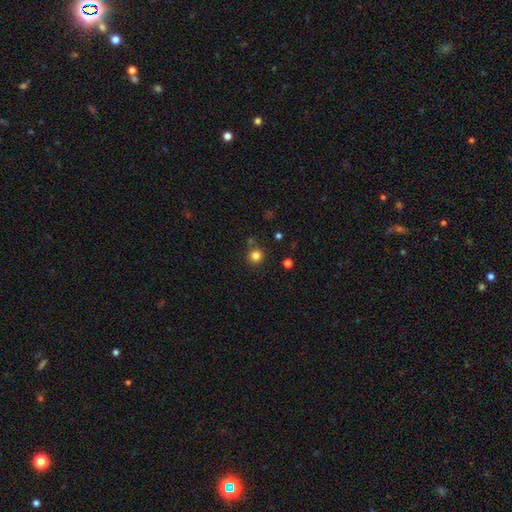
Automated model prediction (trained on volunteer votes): Smooth or featured? smooth (82%)
How rounded? round (94%)
Merging? none (81%)